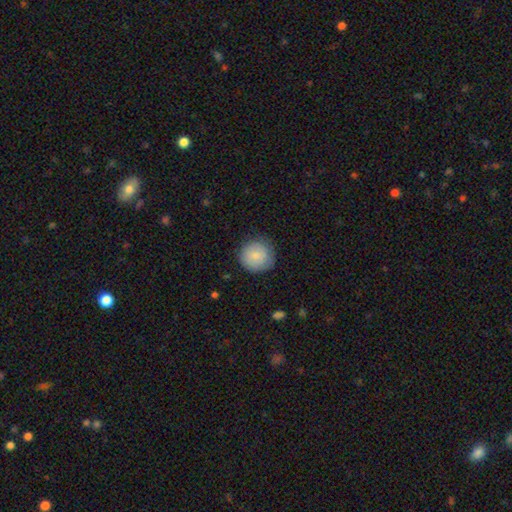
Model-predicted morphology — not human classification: The model was most divided on "merging": none: 81%, minor disturbance: 14%, major disturbance: 3%, merger: 1%. More confident: how rounded — round (94%); smooth or featured — smooth (82%).